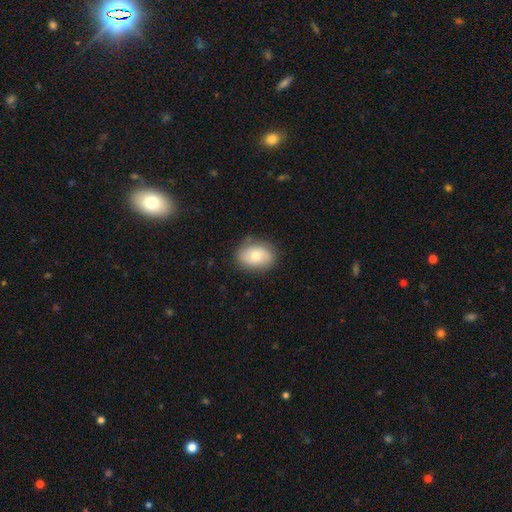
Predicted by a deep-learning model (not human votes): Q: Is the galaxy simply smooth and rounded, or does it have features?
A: smooth — 68%.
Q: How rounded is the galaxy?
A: in between — 74%.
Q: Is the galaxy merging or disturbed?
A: none — 79%.